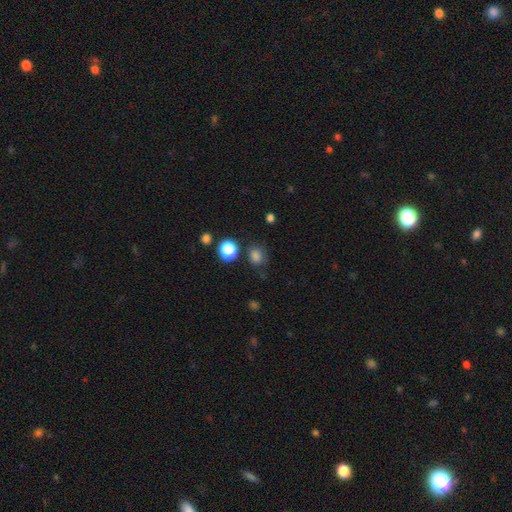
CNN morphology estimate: Overall: smooth (79%). How rounded: round (69%; in between 30%). Merging: none (72%).